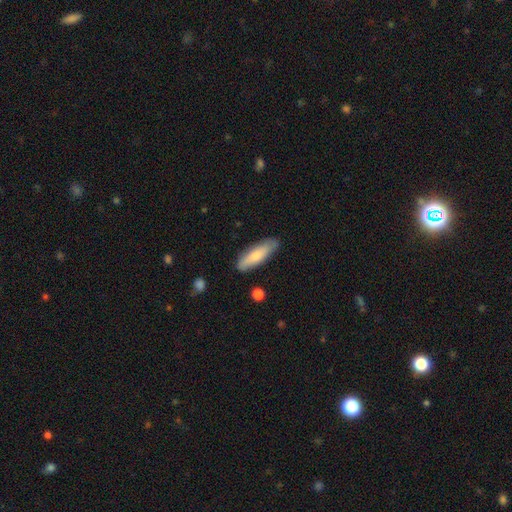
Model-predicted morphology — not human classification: This is likely a smooth galaxy (75%). How rounded: possibly cigar-shaped (58%). Merging: clearly none (81%).